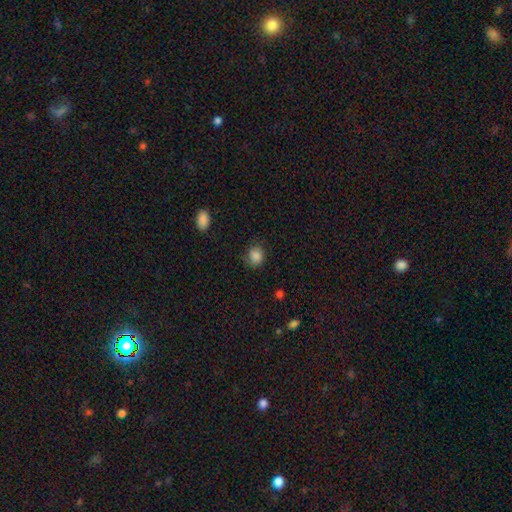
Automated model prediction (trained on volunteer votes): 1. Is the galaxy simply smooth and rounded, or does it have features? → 84% smooth, 9% star or artifact, 7% featured or disk.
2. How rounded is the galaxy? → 71% round, 28% in between, 1% cigar-shaped.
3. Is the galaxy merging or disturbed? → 70% none, 22% minor disturbance, 7% major disturbance, 1% merger.